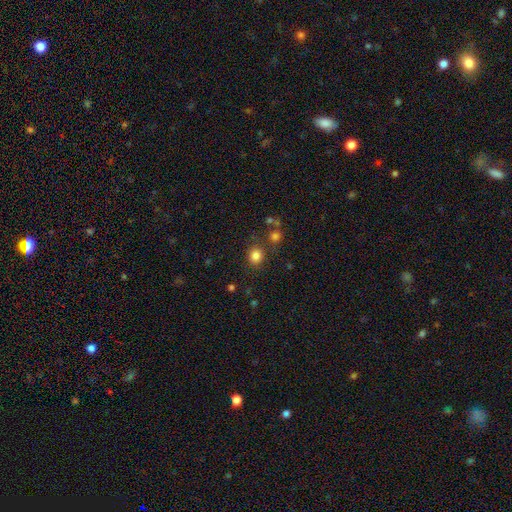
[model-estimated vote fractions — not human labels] This appears to be a smooth galaxy with no disk features (82%) that is round (82%). Merging: none (81%).